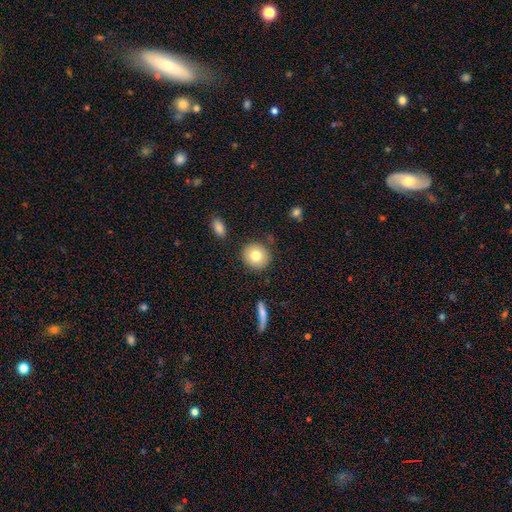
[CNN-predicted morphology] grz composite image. It shows a smooth galaxy with no disk features (78%) that is round (86%). Merging: none (84%).